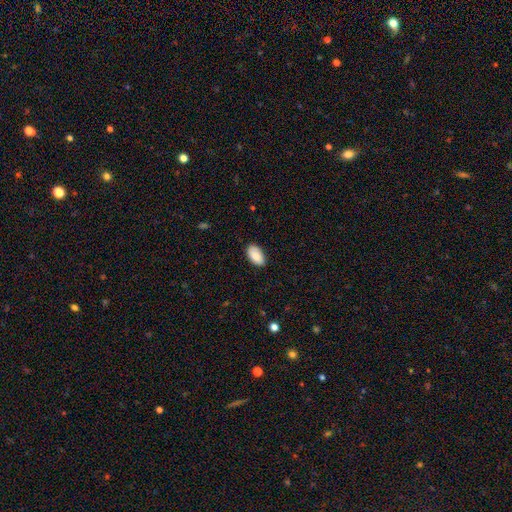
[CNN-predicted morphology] This appears to be a smooth galaxy with no disk features (87%) that is in between round and cigar-shaped (95%). Merging: none (84%).